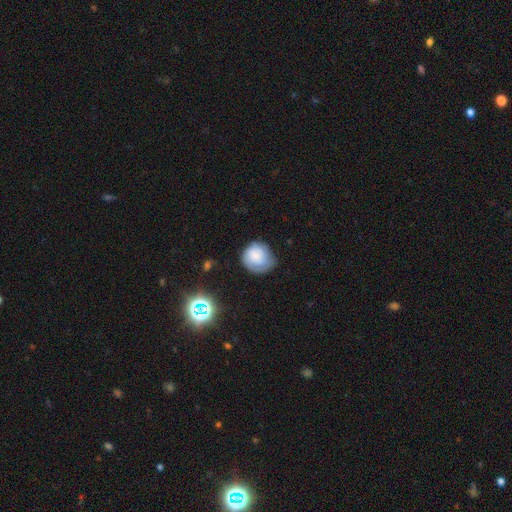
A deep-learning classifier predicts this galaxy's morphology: Overall: smooth (72%). How rounded: round (82%). Merging: none (53%; minor disturbance 33%).